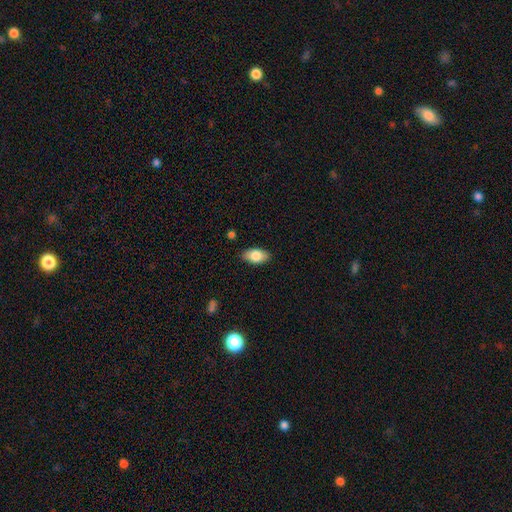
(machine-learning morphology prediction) The model was most divided on "smooth or featured": smooth: 83%, featured or disk: 10%, star or artifact: 7%. More confident: how rounded — in between (93%); merging — none (87%).